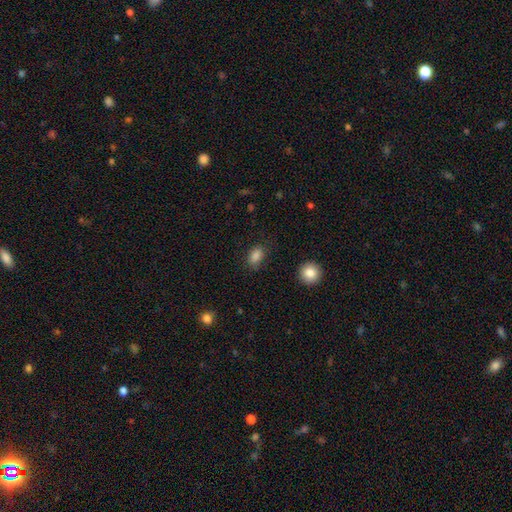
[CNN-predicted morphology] Overall: smooth (86%). How rounded: in between (80%). Merging: none (79%).